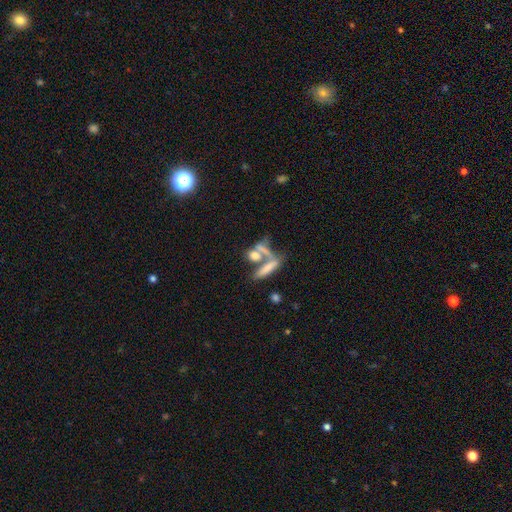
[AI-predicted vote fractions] smooth-or-featured: smooth: 63% | featured or disk: 25% | star or artifact: 12%
  how-rounded: in between: 46% | cigar-shaped: 40% | round: 14%
  merging: merger: 52% | none: 31% | major disturbance: 9% | minor disturbance: 8%